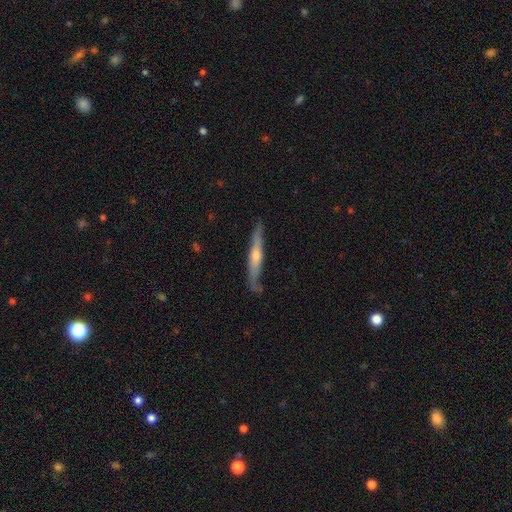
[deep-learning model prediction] Smooth or featured? featured or disk (59%)
Edge-on disk? yes (91%)
Edge-on bulge? rounded (78%)
Merging? none (75%)